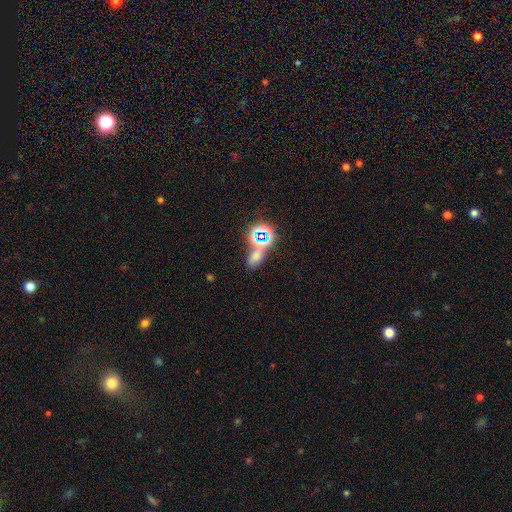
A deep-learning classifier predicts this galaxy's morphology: This appears to be a smooth galaxy with no disk features (47%). Merging: none (49%).